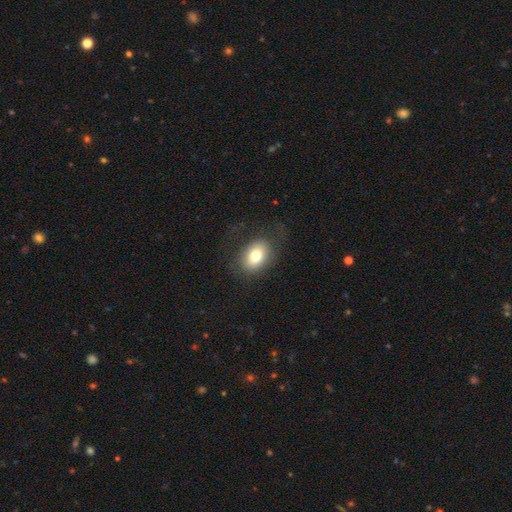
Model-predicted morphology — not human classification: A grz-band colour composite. It shows a smooth galaxy with no disk features (76%) that is in between round and cigar-shaped (73%). Merging: none (74%).